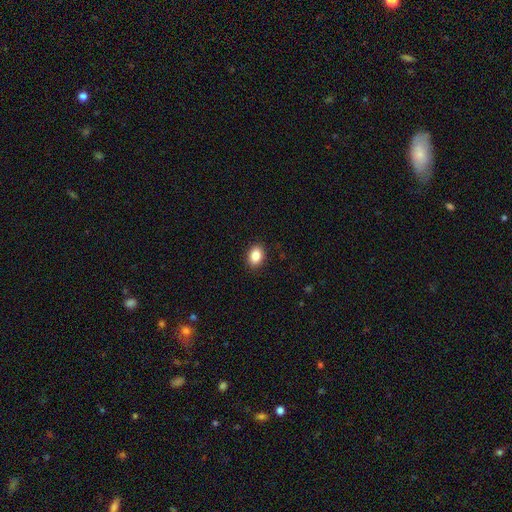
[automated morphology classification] Overall: smooth (86%). How rounded: in between (73%). Merging: none (90%).